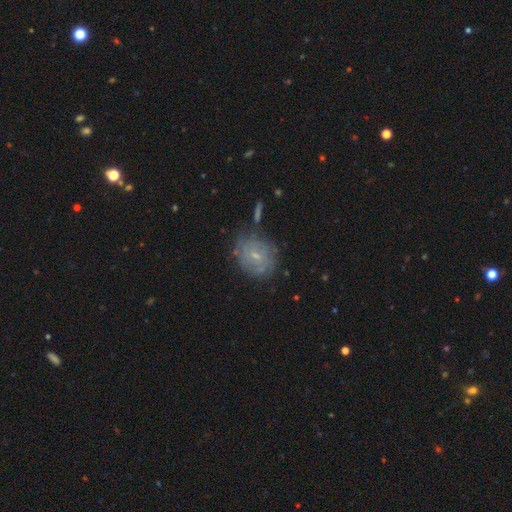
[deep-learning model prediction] Q: Smooth or featured?
A: featured or disk (54%); runner-up: smooth (35%)
Q: Edge-on disk?
A: no (96%); runner-up: yes (4%)
Q: Bar?
A: no (57%); runner-up: weak (37%)
Q: Spiral arms?
A: yes (68%); runner-up: no (32%)
Q: Bulge size?
A: small (72%); runner-up: moderate (23%)
Q: Merging?
A: none (70%); runner-up: minor disturbance (19%)